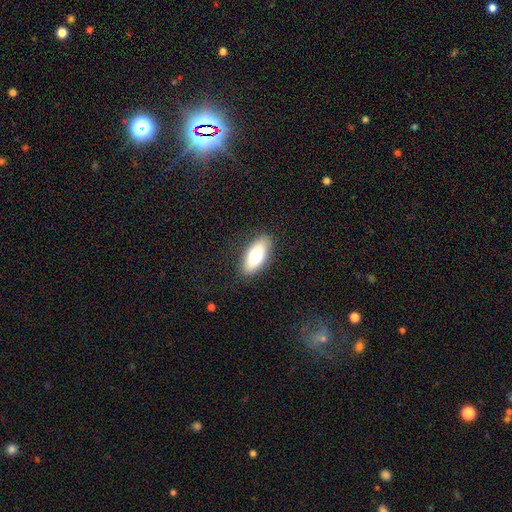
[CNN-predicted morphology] A smooth galaxy with no disk features (74%) that is in between round and cigar-shaped (82%).

Vote fractions:
- Smooth or featured? smooth: 74% / featured or disk: 20% / star or artifact: 6%
- How rounded? in between: 82% / cigar-shaped: 15% / round: 3%
- Merging? none: 87% / minor disturbance: 10% / major disturbance: 3% / merger: 1%